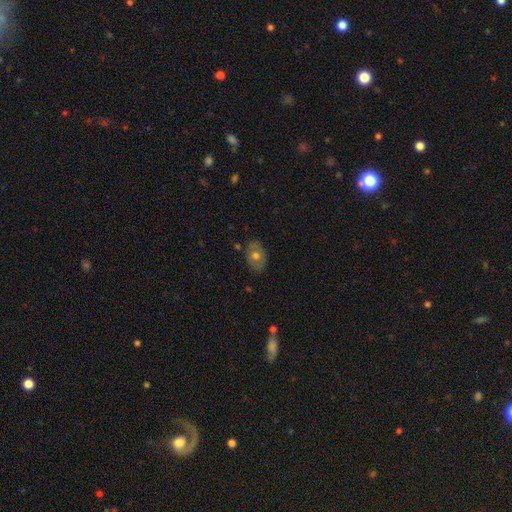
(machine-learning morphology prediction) smooth 50%, featured or disk 41%, star or artifact 9%. Down the decision tree: how rounded — in between (77%); merging — none (80%).